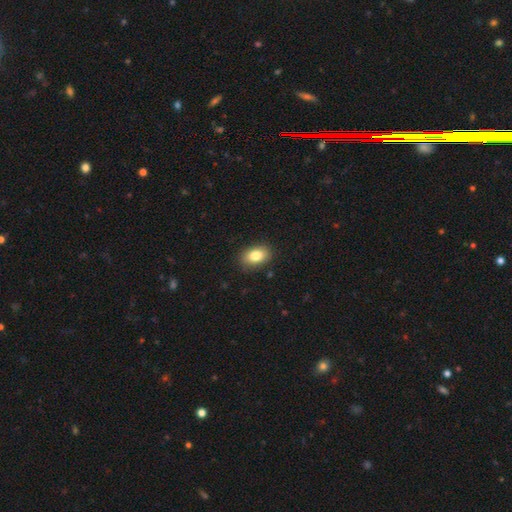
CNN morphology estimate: Overall: smooth (84%). How rounded: in between (81%). Merging: none (87%).